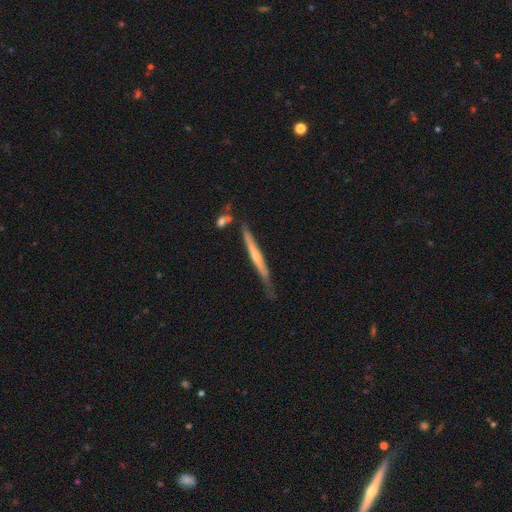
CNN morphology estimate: featured or disk 59%, smooth 35%, star or artifact 6%. Down the decision tree: edge-on disk — yes (95%); edge-on bulge — none (54%); merging — none (69%).